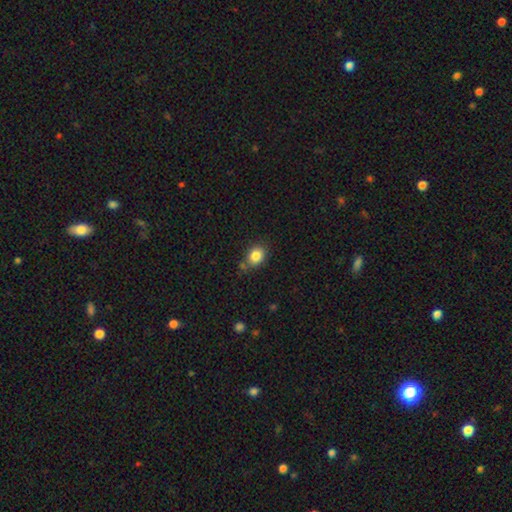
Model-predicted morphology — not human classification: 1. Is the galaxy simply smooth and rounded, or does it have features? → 85% smooth, 10% star or artifact, 6% featured or disk.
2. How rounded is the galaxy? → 50% round, 49% in between, 1% cigar-shaped.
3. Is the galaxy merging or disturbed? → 72% none, 16% minor disturbance, 8% merger, 4% major disturbance.